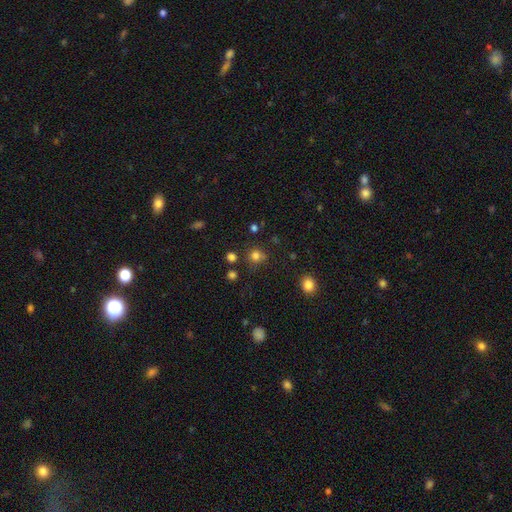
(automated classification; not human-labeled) Morphology: type=smooth (77%); roundness=round (87%); merging=none (74%).